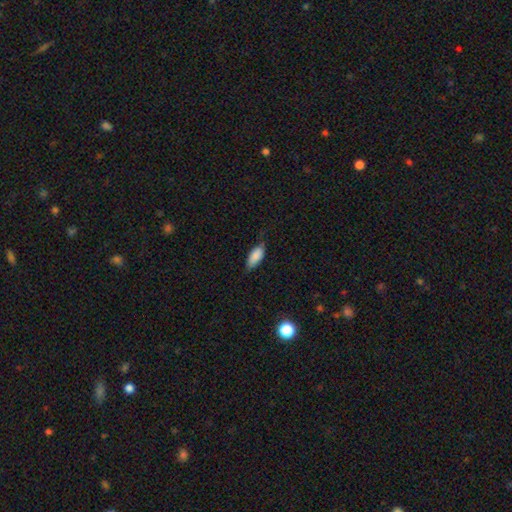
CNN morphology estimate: A smooth galaxy with no disk features (86%) that is in between round and cigar-shaped (86%). Merging: none (68%).